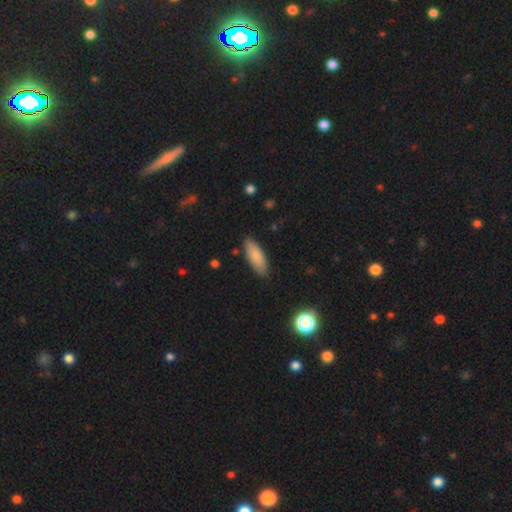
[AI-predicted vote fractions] Smooth or featured? smooth (85%)
How rounded? in between (67%)
Merging? none (86%)